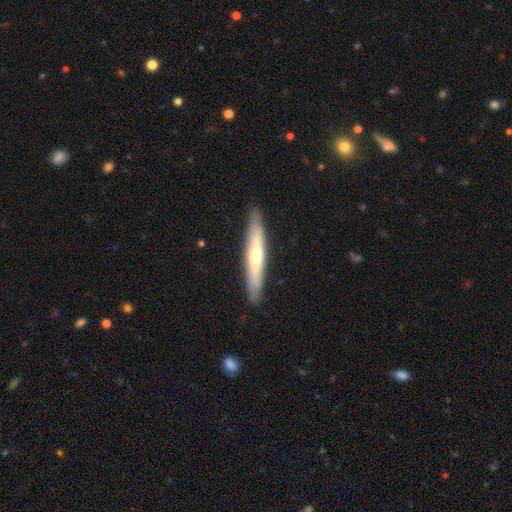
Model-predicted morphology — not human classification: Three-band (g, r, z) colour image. It shows a featured or disk galaxy (49%). Merging: none (90%).